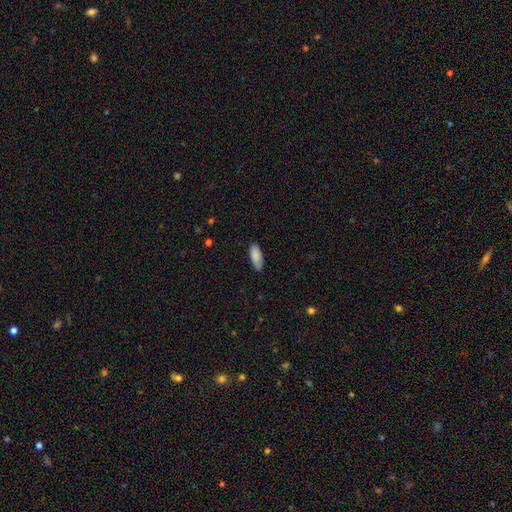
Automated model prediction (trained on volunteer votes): Smooth or featured?
  - smooth: 88% *
  - star or artifact: 6%
  - featured or disk: 6%
How rounded?
  - in between: 78% *
  - cigar-shaped: 20%
  - round: 2%
Merging?
  - none: 85% *
  - minor disturbance: 12%
  - major disturbance: 2%
  - merger: 1%